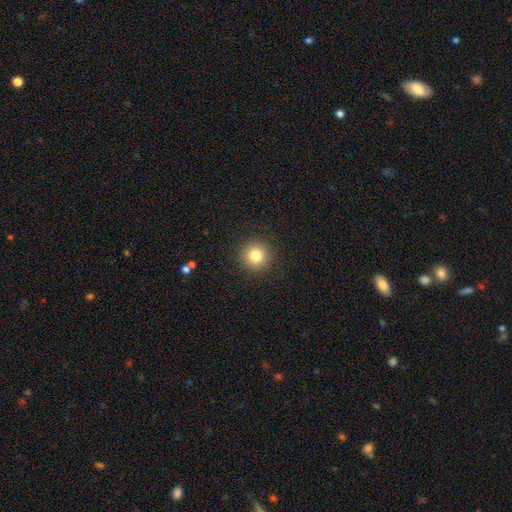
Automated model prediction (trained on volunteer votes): A smooth galaxy with no disk features (81%) that is round (95%). Merging: none (91%).